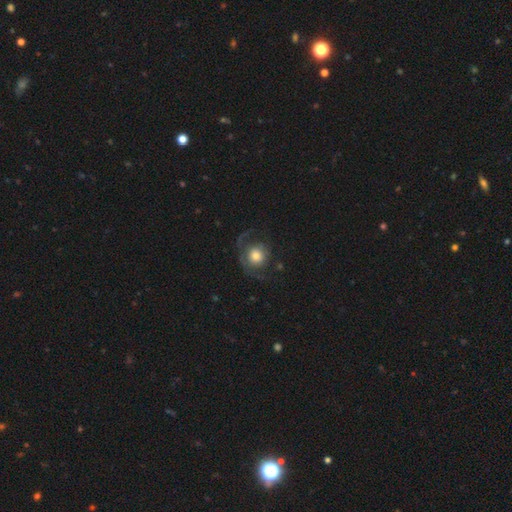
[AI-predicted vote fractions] Smooth or featured? smooth (50%)
Merging? none (51%)